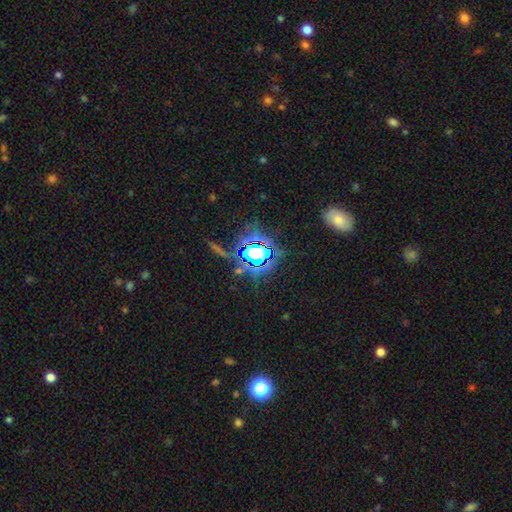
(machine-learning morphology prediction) Smooth or featured? star or artifact (73%)